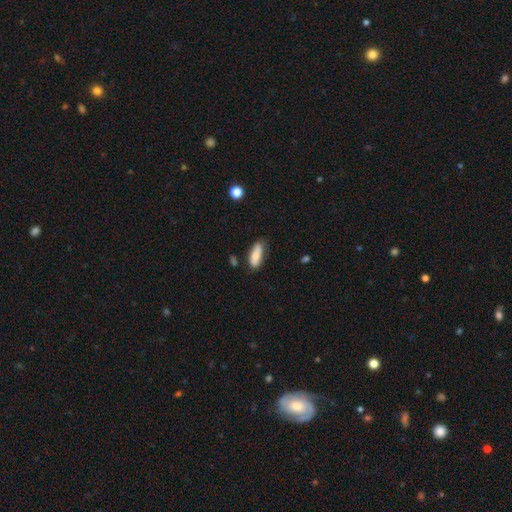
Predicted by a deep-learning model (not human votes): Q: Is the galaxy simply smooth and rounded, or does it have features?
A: smooth — 75%.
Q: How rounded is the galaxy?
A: in between — 71%.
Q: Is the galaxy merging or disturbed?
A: none — 65%.